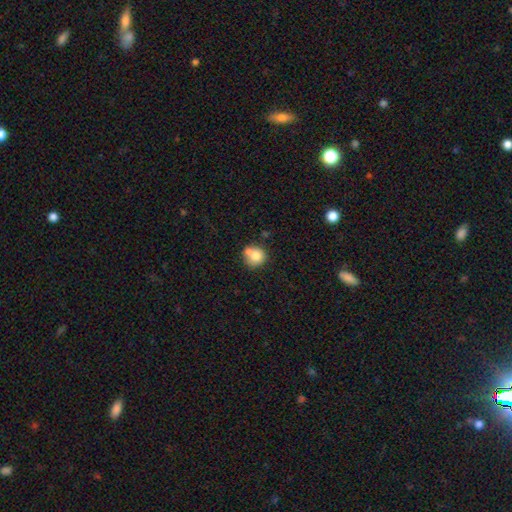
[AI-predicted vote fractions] Overall: smooth (77%). How rounded: round (87%). Merging: none (50%; merger 35%).